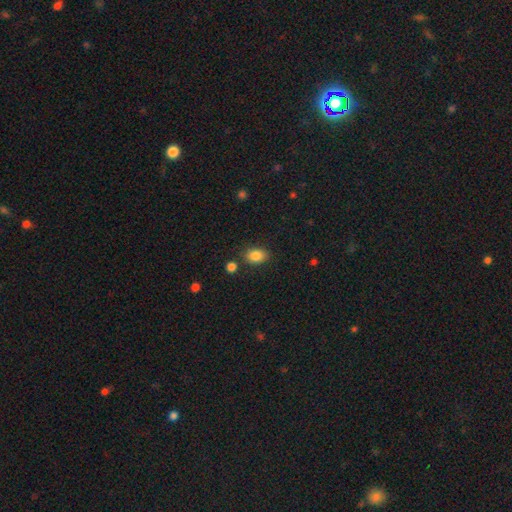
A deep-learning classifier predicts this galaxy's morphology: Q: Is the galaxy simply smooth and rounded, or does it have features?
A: smooth — 85%.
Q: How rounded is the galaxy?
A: in between — 76%.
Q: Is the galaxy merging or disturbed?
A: none — 79%.